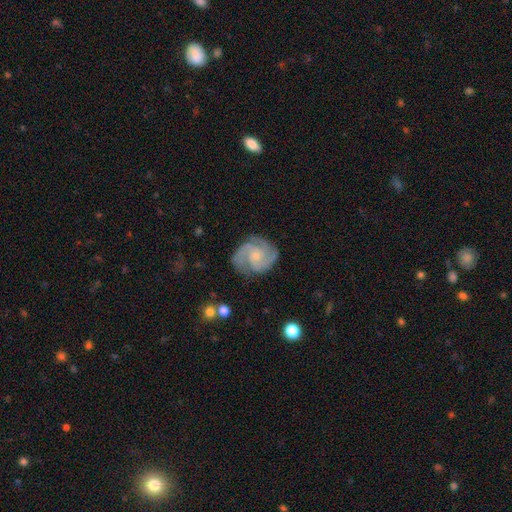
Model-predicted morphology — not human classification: Smooth or featured? Predicted: featured or disk (p=0.88). Edge-on disk? Predicted: no (p=0.98). Bar? Predicted: no (p=0.68). Spiral arms? Predicted: yes (p=0.98). Spiral winding? Predicted: tight (p=0.47). Spiral arm count? Predicted: 3 (p=0.48). Bulge size? Predicted: small (p=0.70). Merging? Predicted: none (p=0.77).